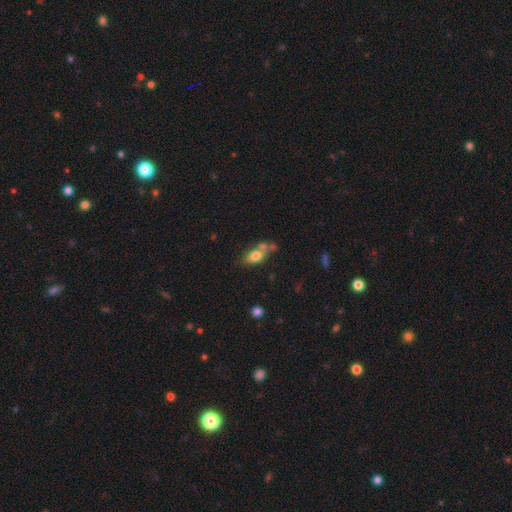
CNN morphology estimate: This appears to be a smooth galaxy with no disk features (73%) that is in between round and cigar-shaped (80%). Merging: none (40%).